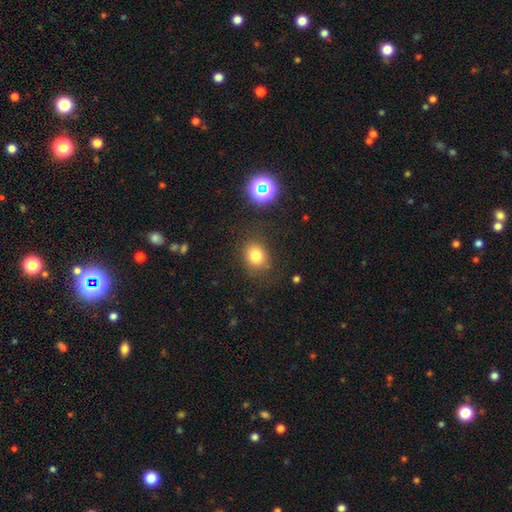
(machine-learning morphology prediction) A smooth galaxy with no disk features (78%) that is round (65%).

Vote fractions:
- Smooth or featured? smooth: 78% / star or artifact: 14% / featured or disk: 7%
- How rounded? round: 65% / in between: 34% / cigar-shaped: 1%
- Merging? none: 81% / minor disturbance: 12% / major disturbance: 5% / merger: 3%